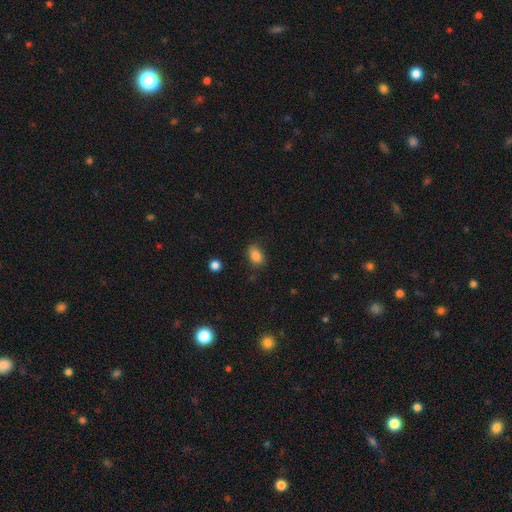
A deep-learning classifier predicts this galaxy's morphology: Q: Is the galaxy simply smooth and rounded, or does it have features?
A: smooth — 86%.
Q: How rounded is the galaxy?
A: in between — 81%.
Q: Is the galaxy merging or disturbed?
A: none — 80%.